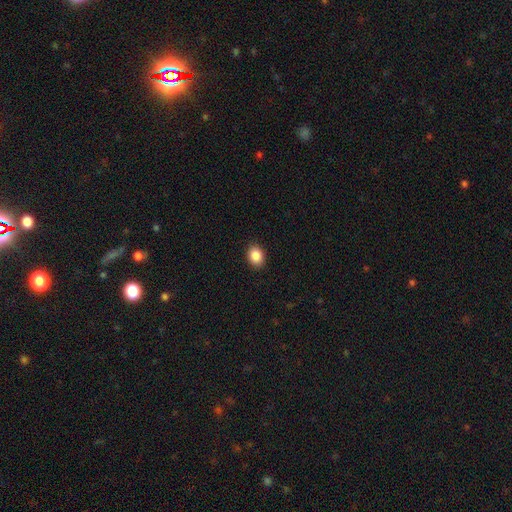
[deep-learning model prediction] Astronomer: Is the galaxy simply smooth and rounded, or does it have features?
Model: smooth — 88%.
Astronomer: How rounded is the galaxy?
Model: in between — 63%.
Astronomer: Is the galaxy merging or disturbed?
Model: none — 90%.